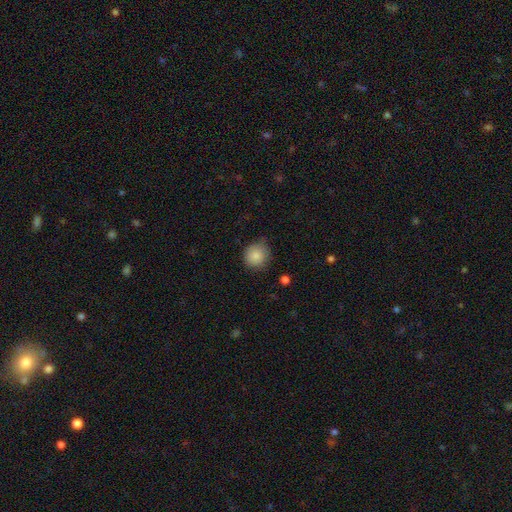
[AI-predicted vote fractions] Smooth or featured? Predicted: smooth (p=0.87). How rounded? Predicted: round (p=0.91). Merging? Predicted: none (p=0.77).